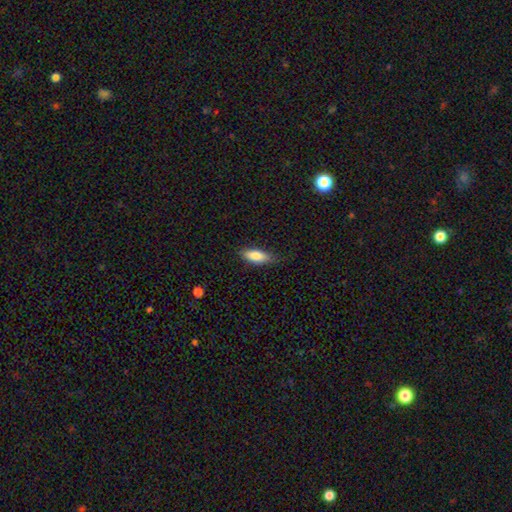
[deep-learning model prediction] A smooth galaxy with no disk features (81%) that is in between round and cigar-shaped (72%). Merging: none (71%).